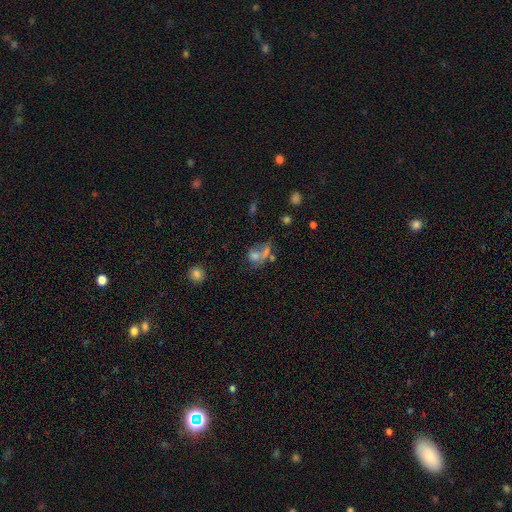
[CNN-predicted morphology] Smooth or featured?
  - smooth: 56% *
  - featured or disk: 23%
  - star or artifact: 20%
How rounded?
  - round: 49% *
  - in between: 48%
  - cigar-shaped: 3%
Merging?
  - merger: 44% *
  - none: 28%
  - major disturbance: 16%
  - minor disturbance: 12%